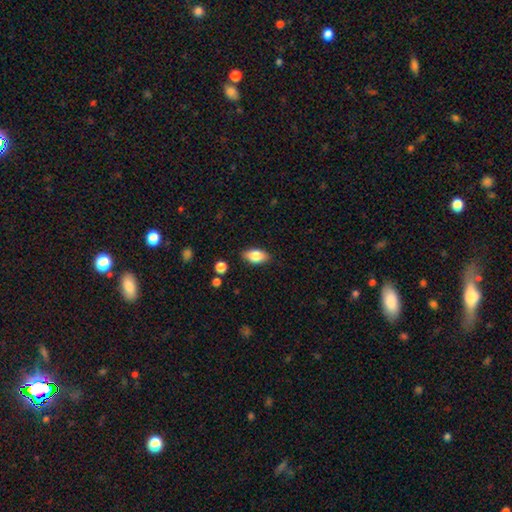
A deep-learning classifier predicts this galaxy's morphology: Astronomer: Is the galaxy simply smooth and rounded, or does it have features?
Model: smooth — 82%.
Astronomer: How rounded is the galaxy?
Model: in between — 90%.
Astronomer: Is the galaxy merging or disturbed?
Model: none — 86%.